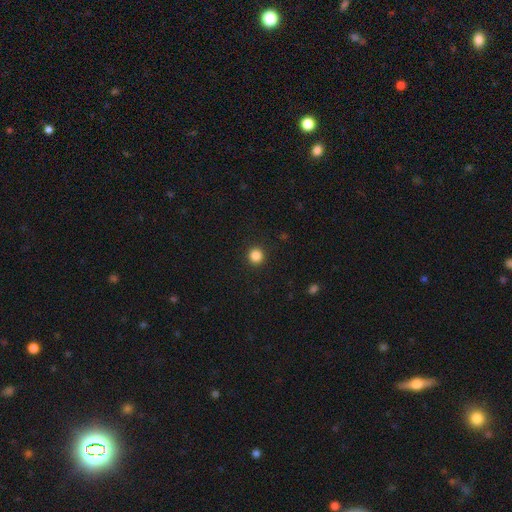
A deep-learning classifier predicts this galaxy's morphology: Overall: smooth (86%). How rounded: round (95%). Merging: none (93%).